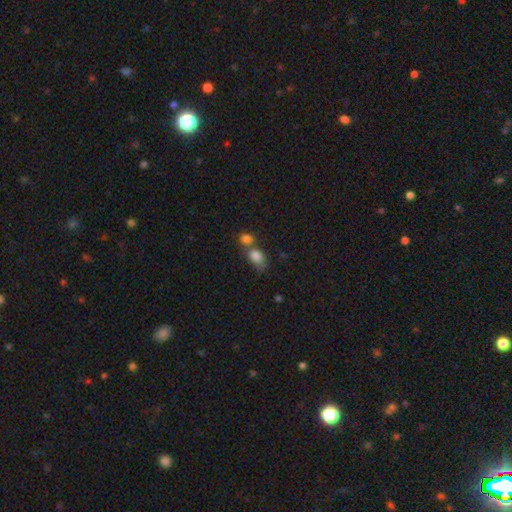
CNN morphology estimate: This is clearly a smooth galaxy (82%). How rounded: likely in between (73%). Merging: possibly merger (51%).